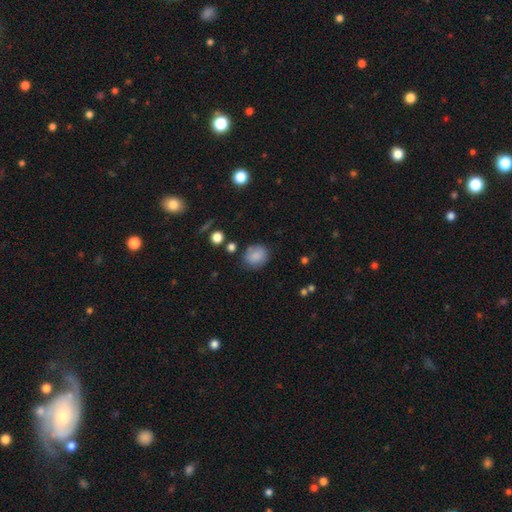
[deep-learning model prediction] The model was most divided on "how rounded": round: 66%, in between: 33%, cigar-shaped: 1%. More confident: smooth or featured — smooth (83%); merging — none (74%).